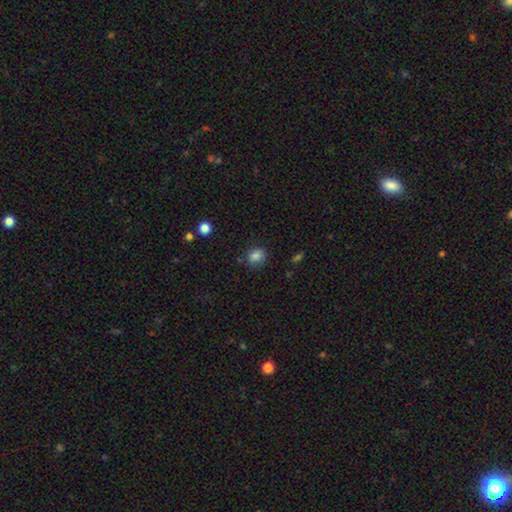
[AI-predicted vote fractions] Smooth or featured? smooth (83%)
How rounded? round (51%)
Merging? none (77%)